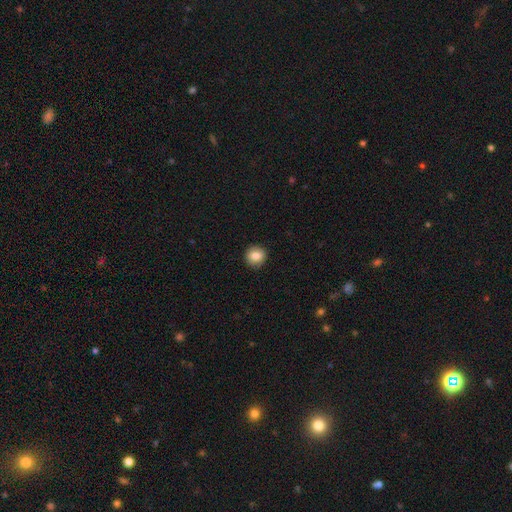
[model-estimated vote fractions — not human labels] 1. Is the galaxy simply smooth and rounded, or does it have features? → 83% smooth, 9% star or artifact, 8% featured or disk.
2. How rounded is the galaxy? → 89% round, 10% in between, 1% cigar-shaped.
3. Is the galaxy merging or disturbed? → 89% none, 8% minor disturbance, 2% major disturbance, 1% merger.